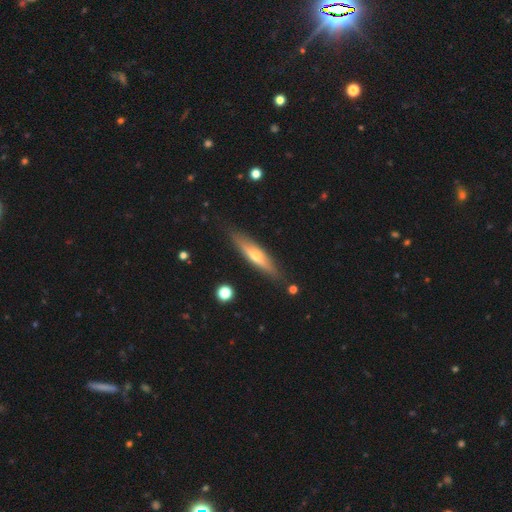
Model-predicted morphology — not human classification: type=featured or disk (57%); edge-on=yes (89%); edge-on bulge=rounded (84%); merging=none (85%).